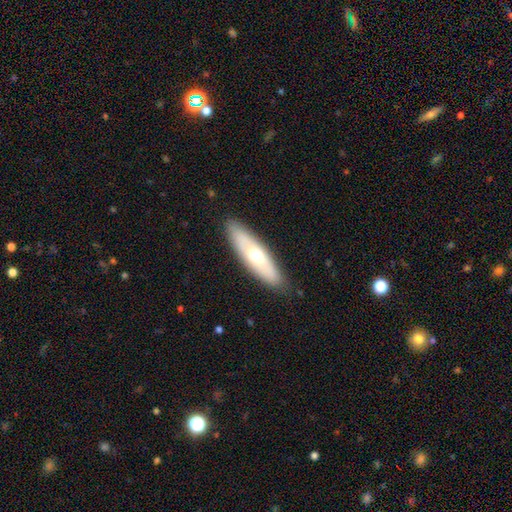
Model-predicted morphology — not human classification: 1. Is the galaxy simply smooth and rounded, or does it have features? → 54% smooth, 40% featured or disk, 6% star or artifact.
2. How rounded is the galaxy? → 50% cigar-shaped, 48% in between, 2% round.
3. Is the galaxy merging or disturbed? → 86% none, 10% minor disturbance, 3% major disturbance, 1% merger.